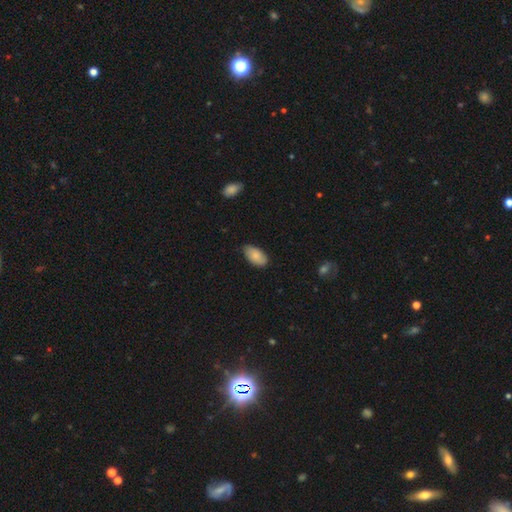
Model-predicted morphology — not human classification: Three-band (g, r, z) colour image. It shows a smooth galaxy with no disk features (80%) that is in between round and cigar-shaped (95%). Merging: none (73%).